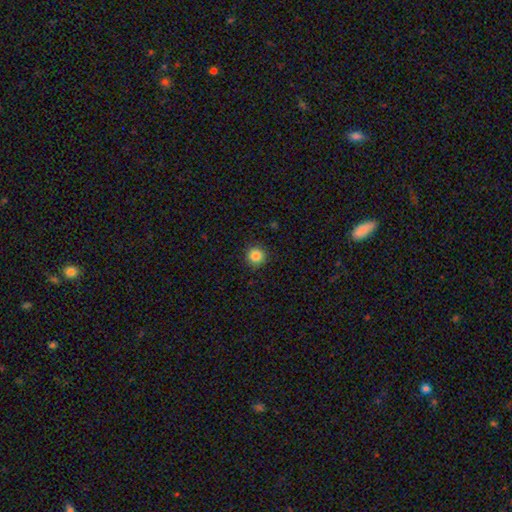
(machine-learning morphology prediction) Q: Smooth or featured?
A: smooth (85%); runner-up: star or artifact (11%)
Q: How rounded?
A: round (95%); runner-up: in between (4%)
Q: Merging?
A: none (92%); runner-up: minor disturbance (5%)